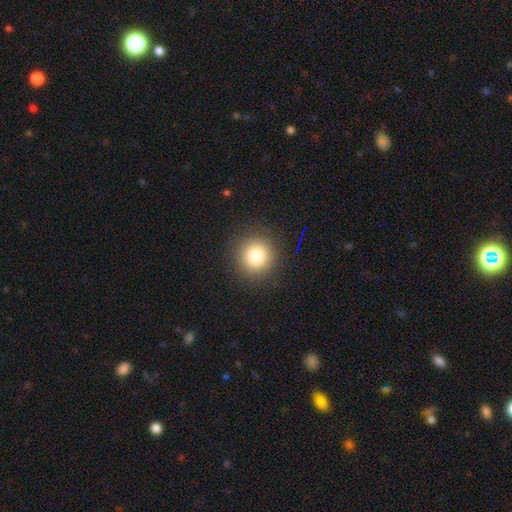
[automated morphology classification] smooth-or-featured: smooth: 79% | star or artifact: 13% | featured or disk: 8%
  how-rounded: round: 94% | in between: 5% | cigar-shaped: 1%
  merging: none: 90% | minor disturbance: 6% | major disturbance: 3% | merger: 1%